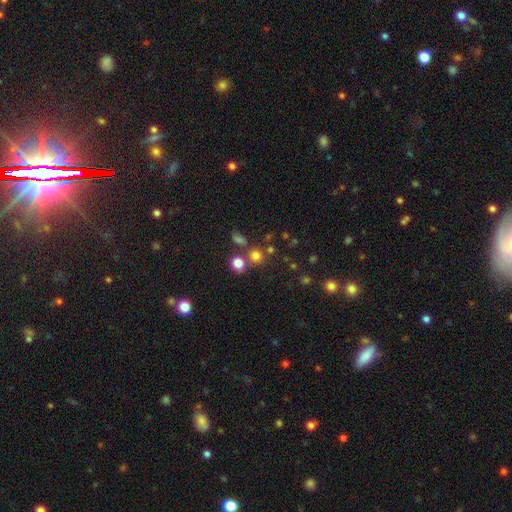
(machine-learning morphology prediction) Q: Smooth or featured?
A: smooth (74%); runner-up: star or artifact (18%)
Q: How rounded?
A: round (86%); runner-up: in between (12%)
Q: Merging?
A: none (69%); runner-up: merger (19%)